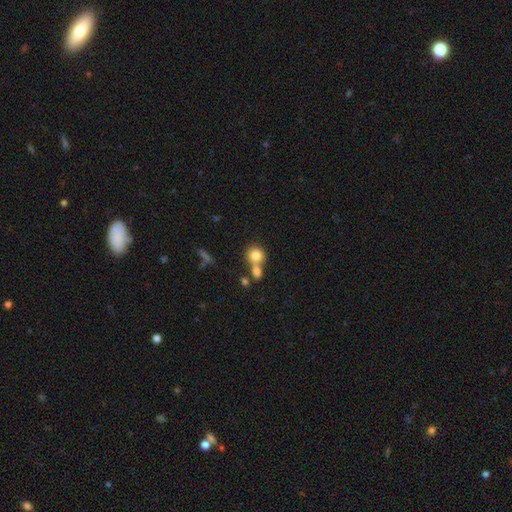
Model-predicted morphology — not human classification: Smooth or featured? Predicted: smooth (p=0.79). How rounded? Predicted: round (p=0.83). Merging? Predicted: merger (p=0.48).